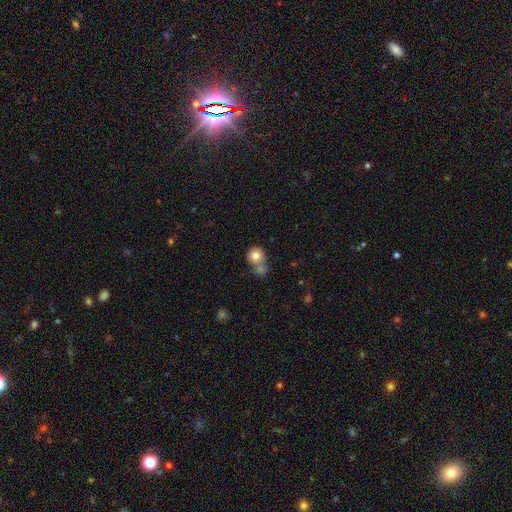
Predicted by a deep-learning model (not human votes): This appears to be a smooth galaxy with no disk features (79%) that is round (83%). Merging: merger (43%).